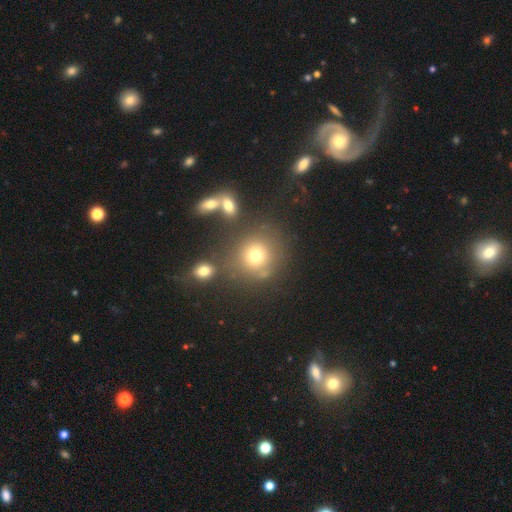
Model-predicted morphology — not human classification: A smooth galaxy with no disk features (71%) that is round (86%).

Vote fractions:
- Smooth or featured? smooth: 71% / star or artifact: 17% / featured or disk: 12%
- How rounded? round: 86% / in between: 13% / cigar-shaped: 1%
- Merging? none: 68% / merger: 14% / minor disturbance: 12% / major disturbance: 6%